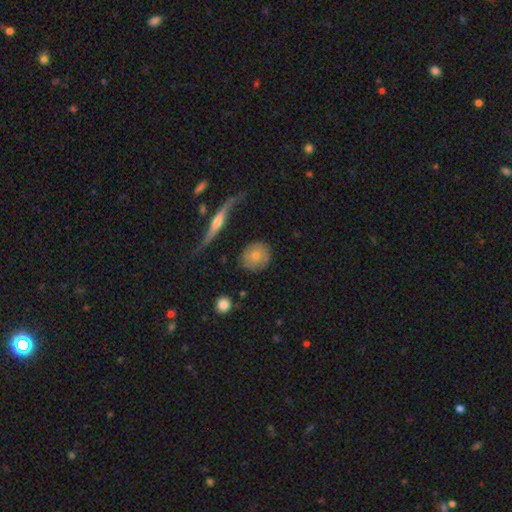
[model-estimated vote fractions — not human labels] This appears to be a smooth galaxy with no disk features (67%) that is round (84%). Merging: none (80%).